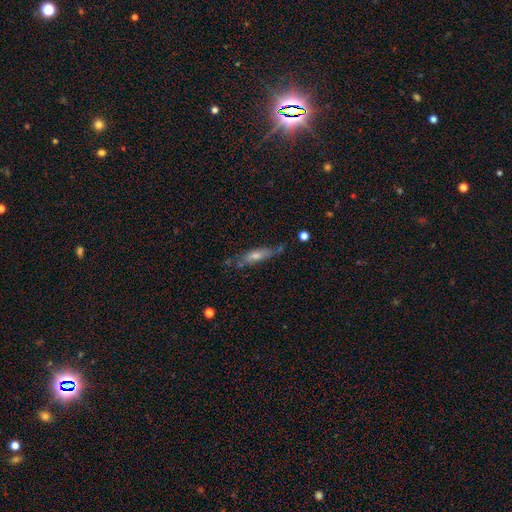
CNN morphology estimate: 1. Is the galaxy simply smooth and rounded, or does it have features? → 50% featured or disk, 40% smooth, 9% star or artifact.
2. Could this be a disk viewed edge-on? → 66% yes, 34% no.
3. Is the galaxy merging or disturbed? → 64% none, 23% minor disturbance, 7% major disturbance, 5% merger.